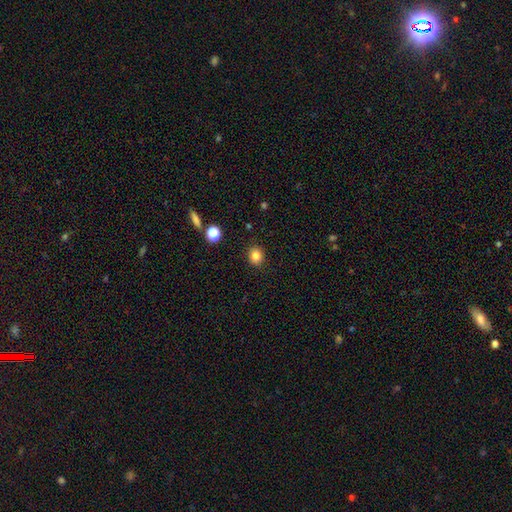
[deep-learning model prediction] Smooth or featured?
  - smooth: 83% *
  - star or artifact: 11%
  - featured or disk: 5%
How rounded?
  - round: 73% *
  - in between: 27%
  - cigar-shaped: 1%
Merging?
  - none: 88% *
  - minor disturbance: 8%
  - major disturbance: 2%
  - merger: 2%